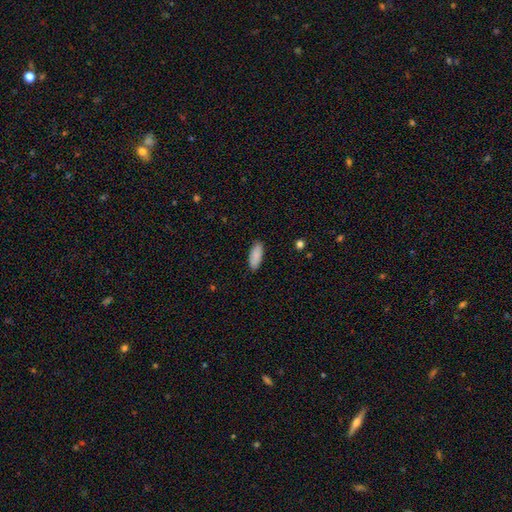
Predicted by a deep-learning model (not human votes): This appears to be a smooth galaxy with no disk features (89%) that is in between round and cigar-shaped (82%). Merging: none (88%).